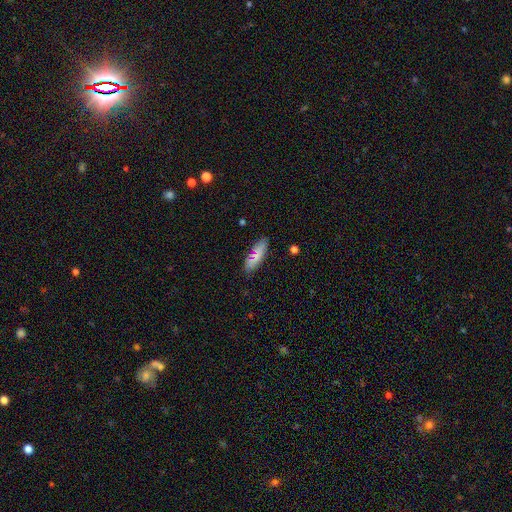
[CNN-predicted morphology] This appears to be a smooth galaxy with no disk features (76%) that is in between round and cigar-shaped (59%). Merging: none (85%).